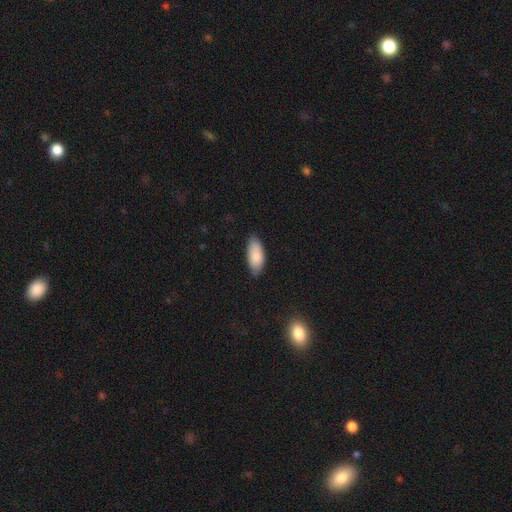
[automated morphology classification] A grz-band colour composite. It shows a smooth galaxy with no disk features (86%) that is in between round and cigar-shaped (88%). Merging: none (78%).